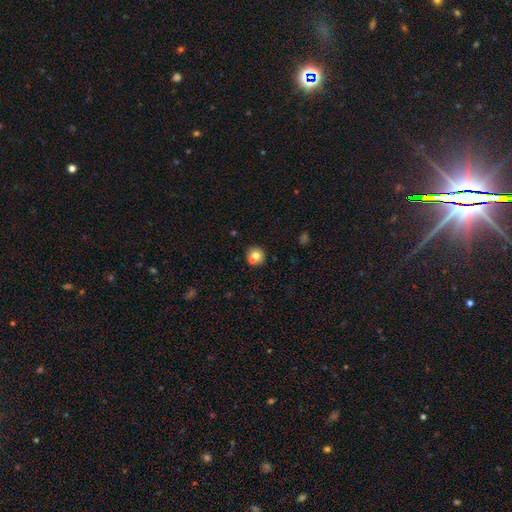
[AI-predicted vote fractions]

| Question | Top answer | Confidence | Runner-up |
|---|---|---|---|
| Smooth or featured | smooth | 70% | featured or disk (18%) |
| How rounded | round | 88% | in between (11%) |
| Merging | none | 58% | merger (31%) |